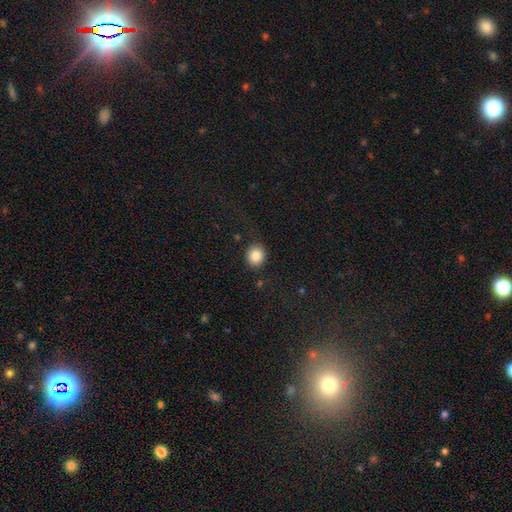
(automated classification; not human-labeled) A smooth galaxy with no disk features (86%) that is round (73%). Merging: none (83%).